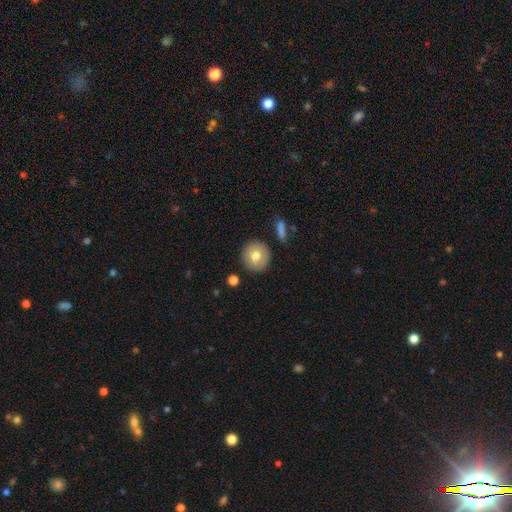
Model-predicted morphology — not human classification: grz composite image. It shows a smooth galaxy with no disk features (73%) that is round (94%). Merging: none (88%).